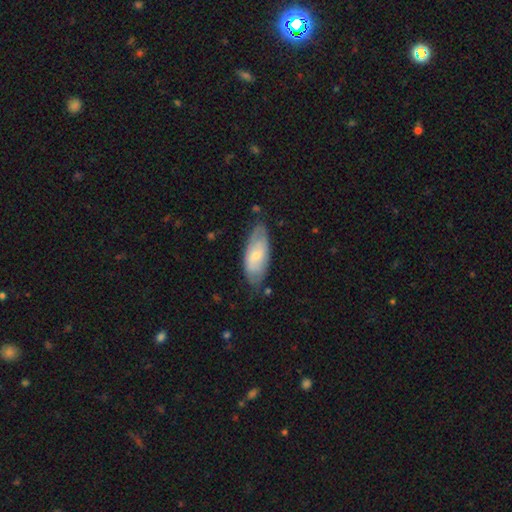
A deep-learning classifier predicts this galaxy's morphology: Smooth or featured? smooth (53%)
How rounded? in between (80%)
Merging? none (70%)